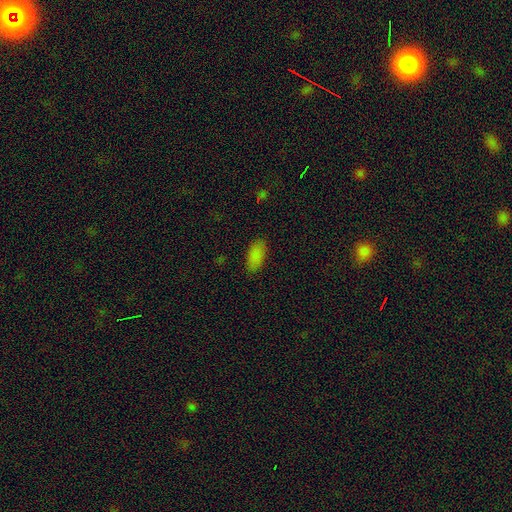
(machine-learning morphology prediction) Smooth or featured? Predicted: smooth (p=0.86). How rounded? Predicted: in between (p=0.91). Merging? Predicted: none (p=0.85).